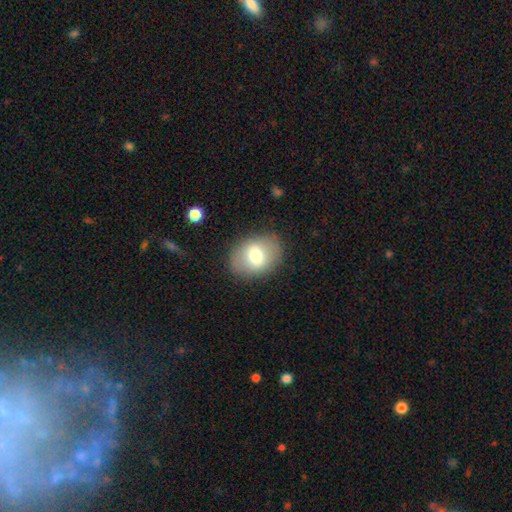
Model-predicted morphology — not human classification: This is likely a smooth galaxy (70%). How rounded: likely in between (66%). Merging: clearly none (84%).